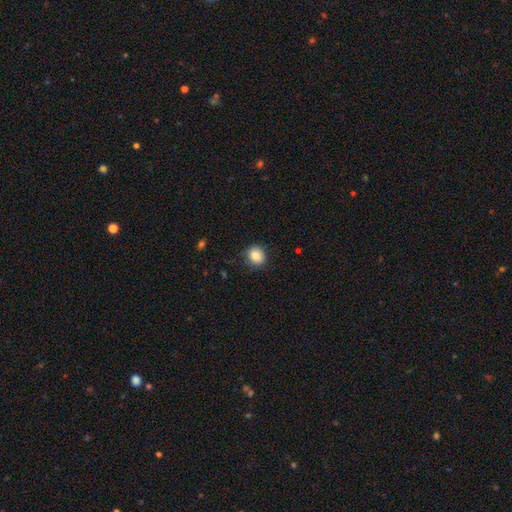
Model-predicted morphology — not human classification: Q: Smooth or featured?
A: smooth (86%); runner-up: star or artifact (9%)
Q: How rounded?
A: round (69%); runner-up: in between (30%)
Q: Merging?
A: none (81%); runner-up: minor disturbance (14%)